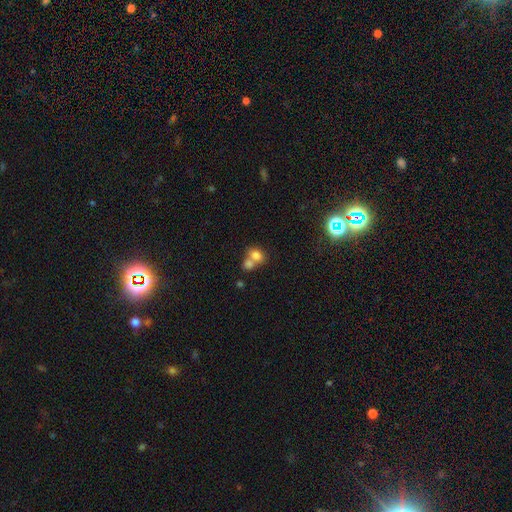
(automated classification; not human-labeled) Smooth or featured?
  - smooth: 77% *
  - featured or disk: 12%
  - star or artifact: 11%
How rounded?
  - in between: 56% *
  - round: 42%
  - cigar-shaped: 1%
Merging?
  - merger: 56% *
  - none: 33%
  - minor disturbance: 8%
  - major disturbance: 3%